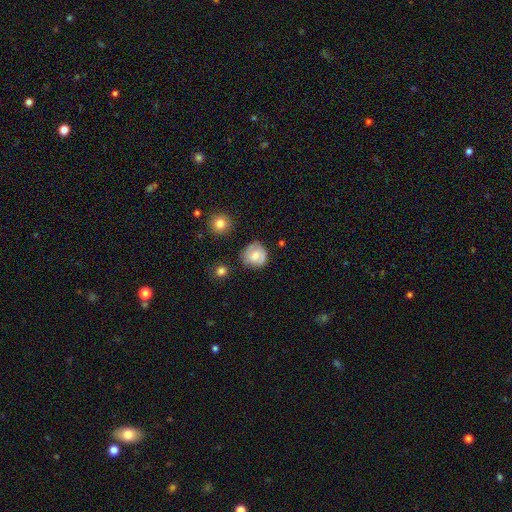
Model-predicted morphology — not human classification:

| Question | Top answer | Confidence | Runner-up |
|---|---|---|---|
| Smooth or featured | smooth | 63% | featured or disk (29%) |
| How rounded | round | 85% | in between (14%) |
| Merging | none | 69% | minor disturbance (21%) |